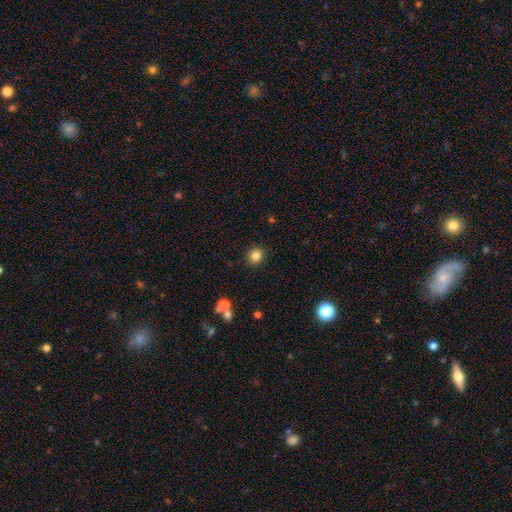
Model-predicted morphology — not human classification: This appears to be a smooth galaxy with no disk features (84%) that is round (88%). Merging: none (89%).